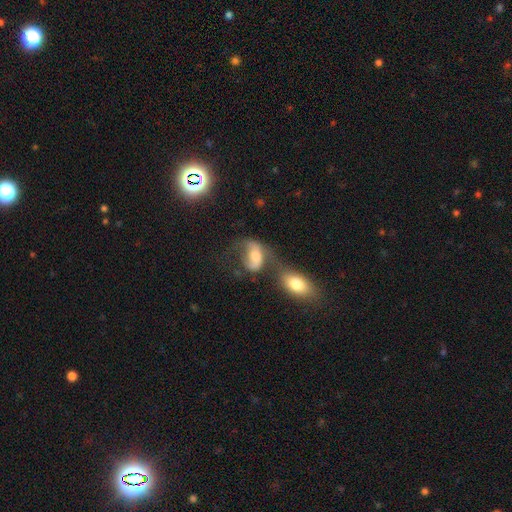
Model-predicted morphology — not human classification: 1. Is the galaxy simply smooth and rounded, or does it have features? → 51% smooth, 40% featured or disk, 9% star or artifact.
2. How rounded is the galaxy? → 83% in between, 15% round, 3% cigar-shaped.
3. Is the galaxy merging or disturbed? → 47% merger, 21% major disturbance, 19% none, 13% minor disturbance.